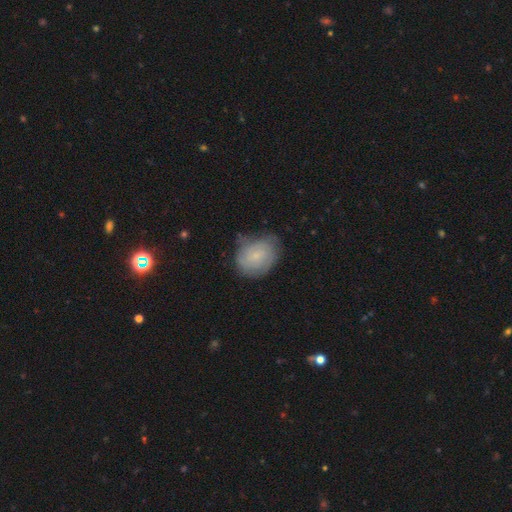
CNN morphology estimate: Overall: smooth (54%; featured or disk 38%). How rounded: in between (54%; round 45%). Merging: none (59%; minor disturbance 30%).